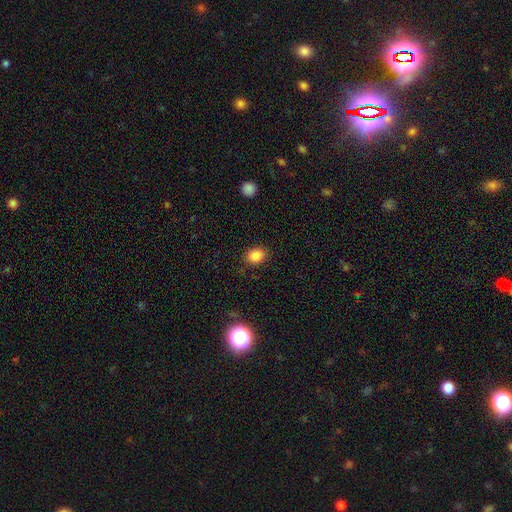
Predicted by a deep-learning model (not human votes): Smooth or featured? smooth (85%)
How rounded? in between (57%)
Merging? none (85%)